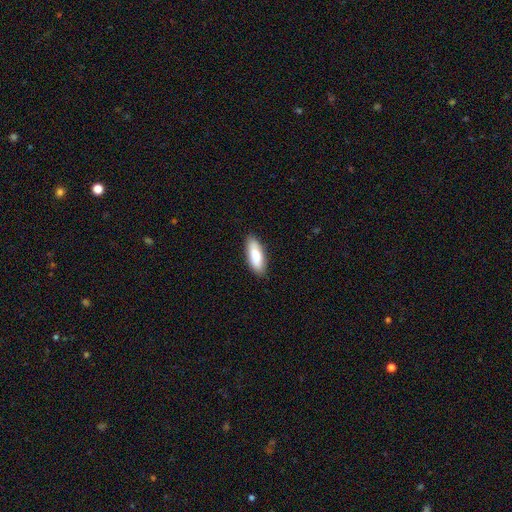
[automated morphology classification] Smooth or featured? smooth (83%)
How rounded? in between (70%)
Merging? none (87%)